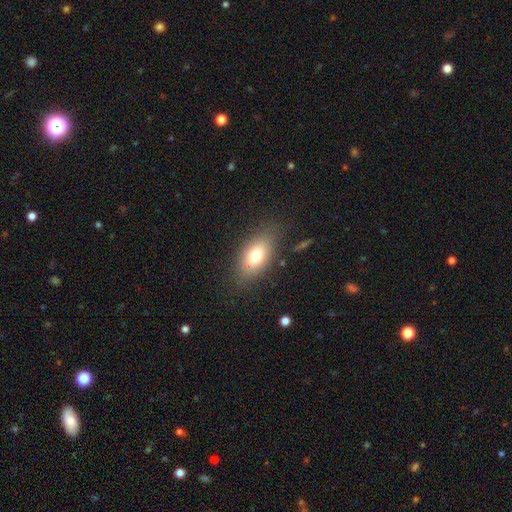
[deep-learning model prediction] Q: Smooth or featured?
A: smooth (72%); runner-up: featured or disk (18%)
Q: How rounded?
A: in between (84%); runner-up: round (10%)
Q: Merging?
A: none (78%); runner-up: minor disturbance (14%)